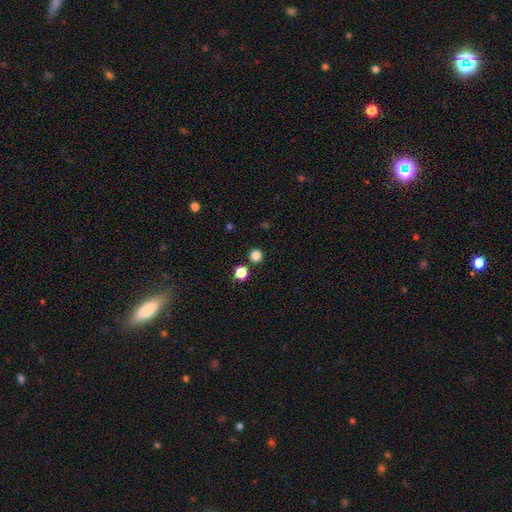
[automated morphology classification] Q: Smooth or featured?
A: smooth (83%); runner-up: star or artifact (14%)
Q: How rounded?
A: round (94%); runner-up: in between (5%)
Q: Merging?
A: none (89%); runner-up: minor disturbance (5%)